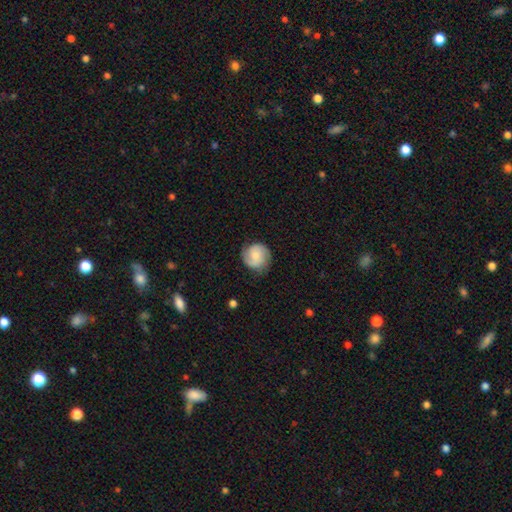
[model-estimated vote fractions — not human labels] Smooth or featured?
  - smooth: 54% *
  - featured or disk: 38%
  - star or artifact: 7%
How rounded?
  - round: 87% *
  - in between: 12%
  - cigar-shaped: 1%
Merging?
  - none: 75% *
  - minor disturbance: 19%
  - major disturbance: 5%
  - merger: 1%